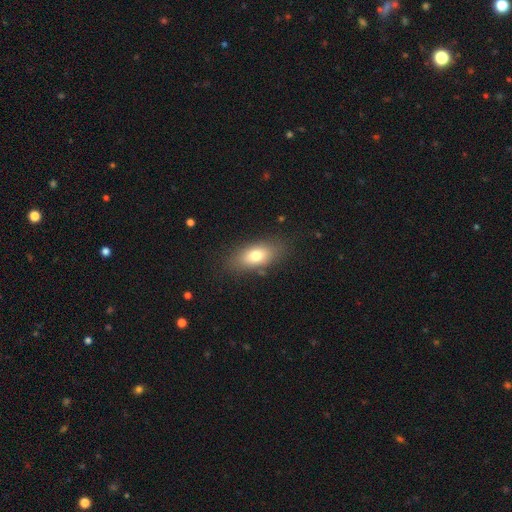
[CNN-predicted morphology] Q: Smooth or featured?
A: smooth (75%); runner-up: featured or disk (16%)
Q: How rounded?
A: in between (85%); runner-up: cigar-shaped (9%)
Q: Merging?
A: none (81%); runner-up: minor disturbance (13%)